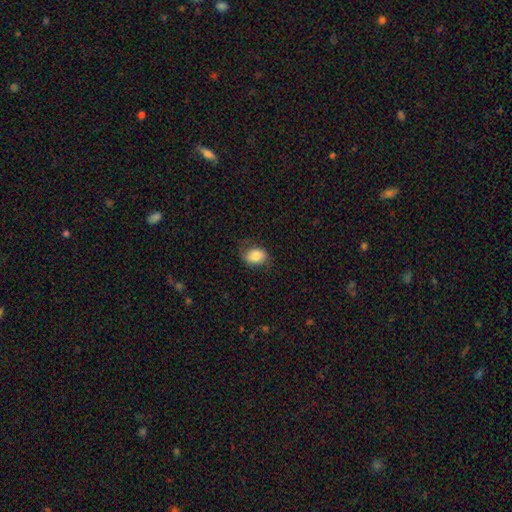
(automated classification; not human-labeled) Overall: smooth (78%). How rounded: in between (68%; round 31%). Merging: none (68%).